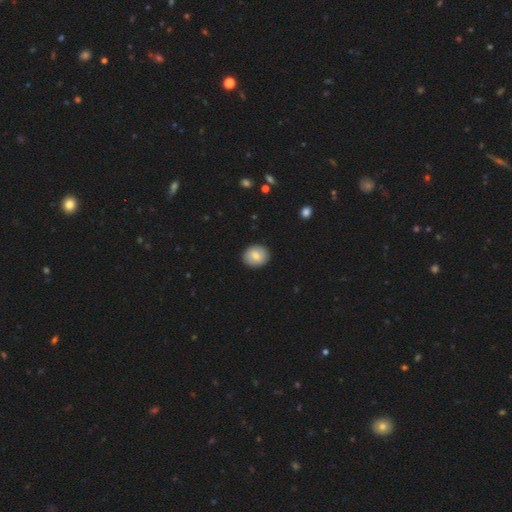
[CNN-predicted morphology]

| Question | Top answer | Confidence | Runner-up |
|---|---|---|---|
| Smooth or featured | smooth | 73% | featured or disk (20%) |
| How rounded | round | 74% | in between (25%) |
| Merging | none | 90% | minor disturbance (8%) |